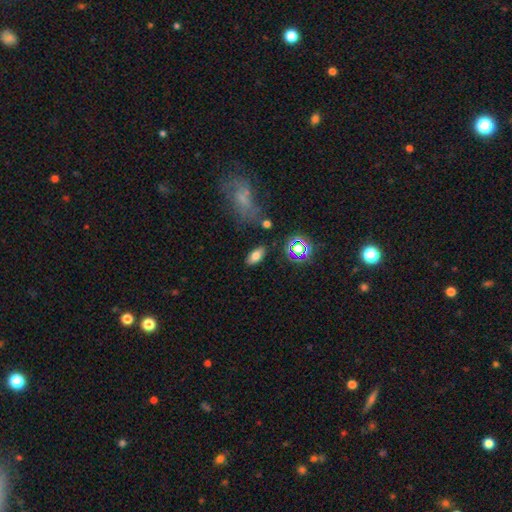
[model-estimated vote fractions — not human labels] Q: Smooth or featured?
A: smooth (72%); runner-up: star or artifact (15%)
Q: How rounded?
A: in between (86%); runner-up: cigar-shaped (9%)
Q: Merging?
A: none (83%); runner-up: minor disturbance (10%)